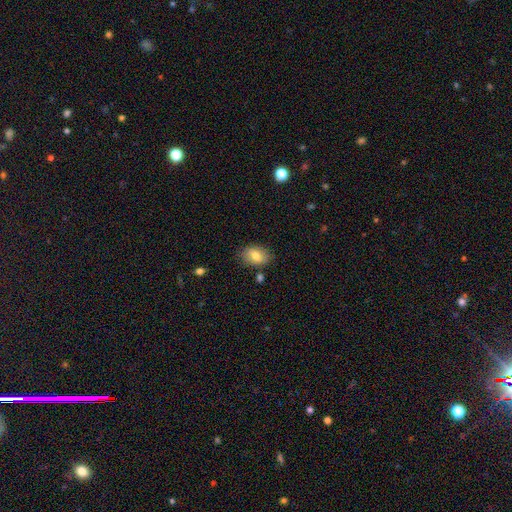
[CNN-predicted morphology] A smooth galaxy with no disk features (76%) that is in between round and cigar-shaped (80%).

Vote fractions:
- Smooth or featured? smooth: 76% / featured or disk: 16% / star or artifact: 8%
- How rounded? in between: 80% / round: 19% / cigar-shaped: 1%
- Merging? none: 81% / minor disturbance: 13% / merger: 3% / major disturbance: 3%